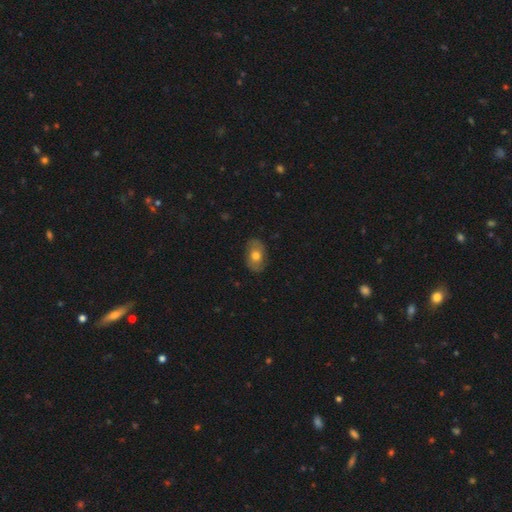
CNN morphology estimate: Smooth or featured? Predicted: smooth (p=0.57). How rounded? Predicted: in between (p=0.81). Merging? Predicted: none (p=0.81).